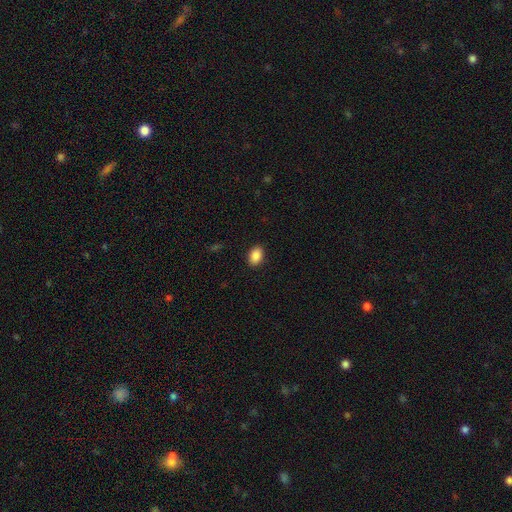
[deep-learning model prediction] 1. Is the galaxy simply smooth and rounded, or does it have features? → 89% smooth, 8% star or artifact, 3% featured or disk.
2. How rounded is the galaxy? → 85% in between, 13% round, 1% cigar-shaped.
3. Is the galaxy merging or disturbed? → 90% none, 7% minor disturbance, 2% major disturbance, 1% merger.